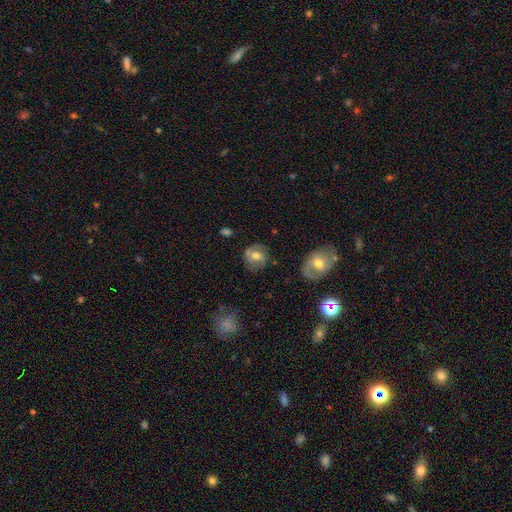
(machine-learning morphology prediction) Smooth or featured? Predicted: featured or disk (p=0.50). Edge-on disk? Predicted: no (p=0.95). Merging? Predicted: none (p=0.72).